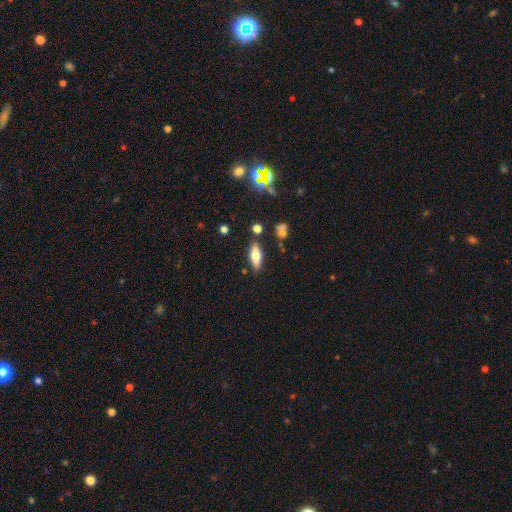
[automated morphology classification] A smooth galaxy with no disk features (61%) that is in between round and cigar-shaped (65%).

Vote fractions:
- Smooth or featured? smooth: 61% / featured or disk: 30% / star or artifact: 9%
- How rounded? in between: 65% / cigar-shaped: 32% / round: 3%
- Merging? none: 82% / minor disturbance: 11% / merger: 4% / major disturbance: 3%